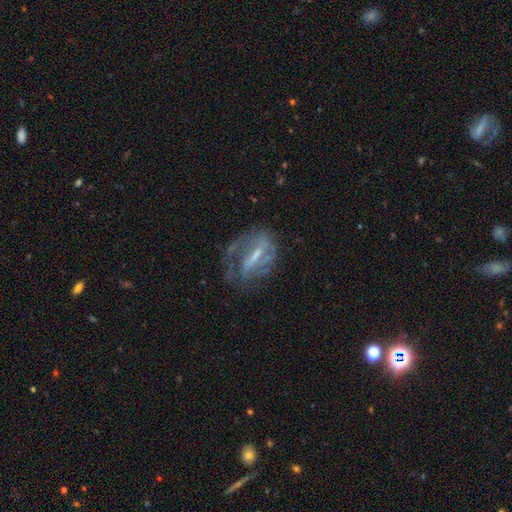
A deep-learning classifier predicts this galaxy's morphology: A featured or disk galaxy (75%) with a strong bar (50%), spiral arms (73%) and a small central bulge (41%).

Vote fractions:
- Smooth or featured? featured or disk: 75% / smooth: 17% / star or artifact: 9%
- Edge-on disk? no: 91% / yes: 9%
- Bar? strong: 50% / weak: 36% / no: 14%
- Spiral arms? yes: 73% / no: 27%
- Bulge size? small: 41% / moderate: 33% / none: 20% / large: 5% / dominant: 1%
- Merging? none: 47% / major disturbance: 28% / minor disturbance: 22% / merger: 3%